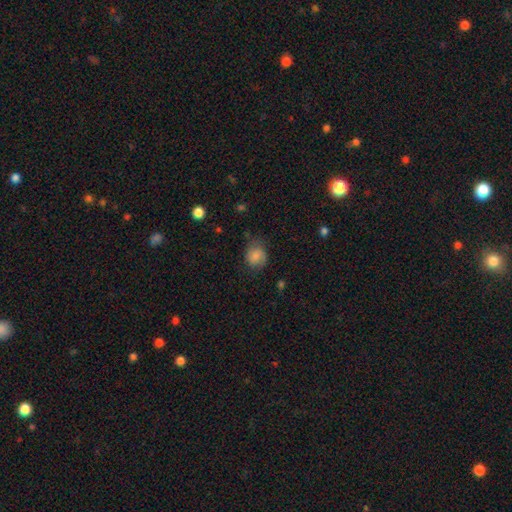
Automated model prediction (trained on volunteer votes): Overall: smooth (77%). How rounded: round (67%; in between 32%). Merging: none (63%; minor disturbance 26%).